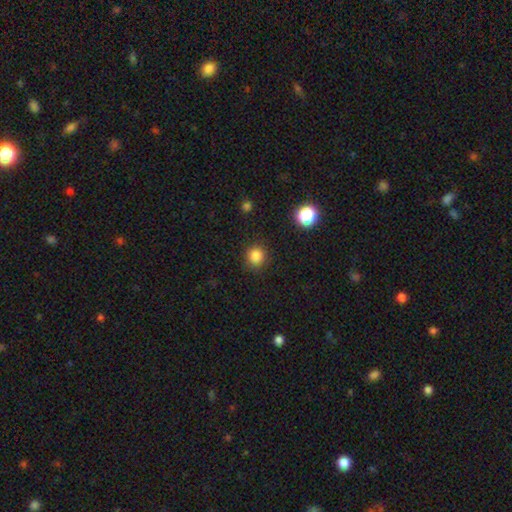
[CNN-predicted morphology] A smooth galaxy with no disk features (83%) that is round (90%).

Vote fractions:
- Smooth or featured? smooth: 83% / star or artifact: 13% / featured or disk: 4%
- How rounded? round: 90% / in between: 9% / cigar-shaped: 1%
- Merging? none: 89% / minor disturbance: 8% / major disturbance: 3% / merger: 1%